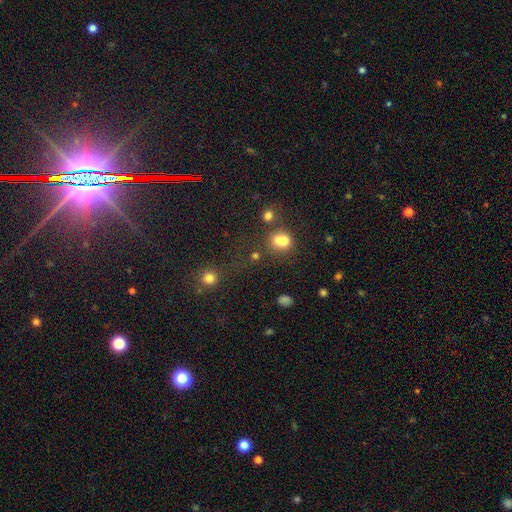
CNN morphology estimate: Overall: smooth (62%; star or artifact 30%). How rounded: round (69%; in between 30%). Merging: none (57%; merger 23%).